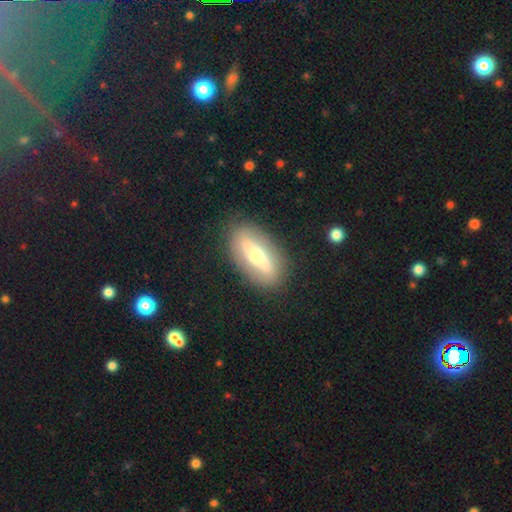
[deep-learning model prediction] Q: Smooth or featured?
A: featured or disk (54%); runner-up: smooth (39%)
Q: Edge-on disk?
A: no (62%); runner-up: yes (38%)
Q: Merging?
A: none (85%); runner-up: minor disturbance (10%)